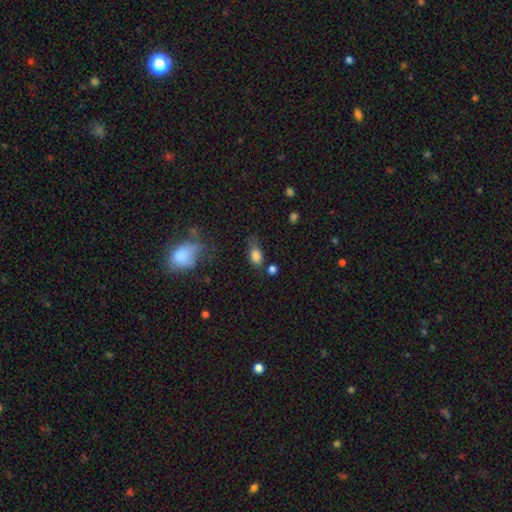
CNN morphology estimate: Smooth or featured: smooth — 81% (star or artifact — 10%)
How rounded: in between — 85% (round — 9%)
Merging: none — 56% (minor disturbance — 27%)